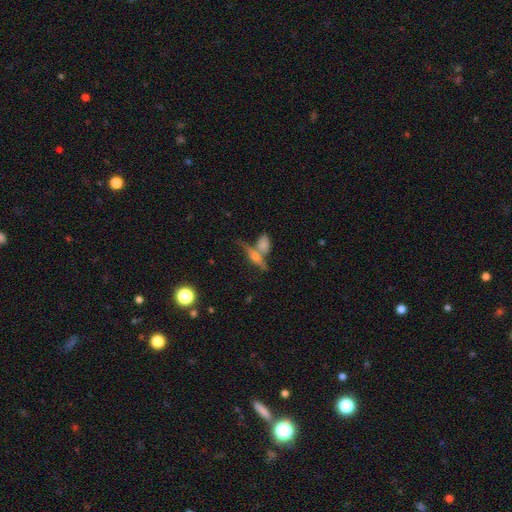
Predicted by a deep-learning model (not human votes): Morphology: type=featured or disk (51%); edge-on=yes (85%); merging=none (50%).